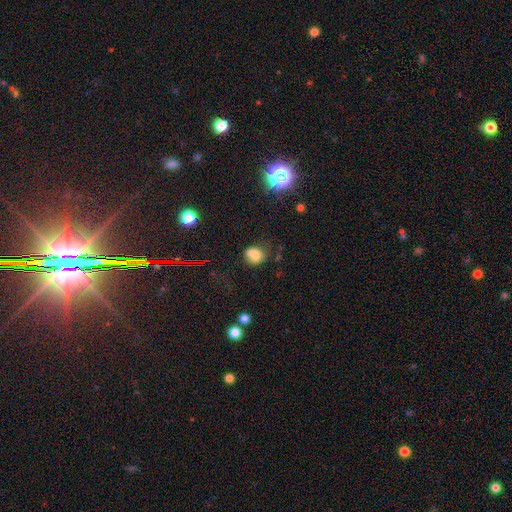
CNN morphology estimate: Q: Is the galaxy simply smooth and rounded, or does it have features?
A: smooth — 70%.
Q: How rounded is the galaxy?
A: round — 61%.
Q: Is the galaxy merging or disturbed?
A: none — 46%.